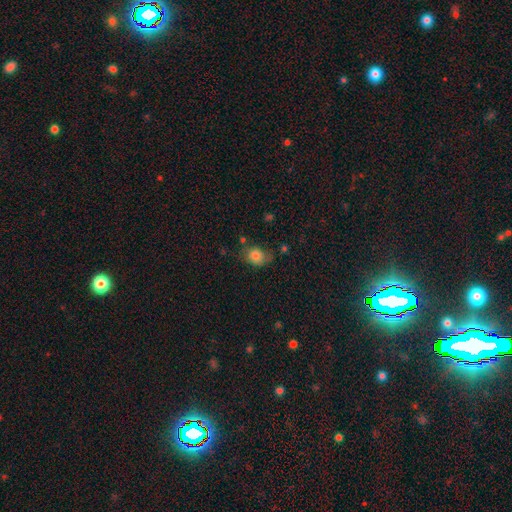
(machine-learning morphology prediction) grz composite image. It shows a smooth galaxy with no disk features (78%) that is round (50%). Merging: none (57%).